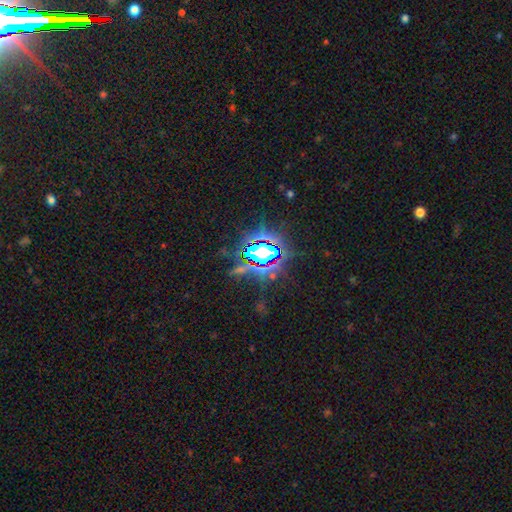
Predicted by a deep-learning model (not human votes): smooth_or_featured: star or artifact (p=0.83) [alt: smooth p=0.10]